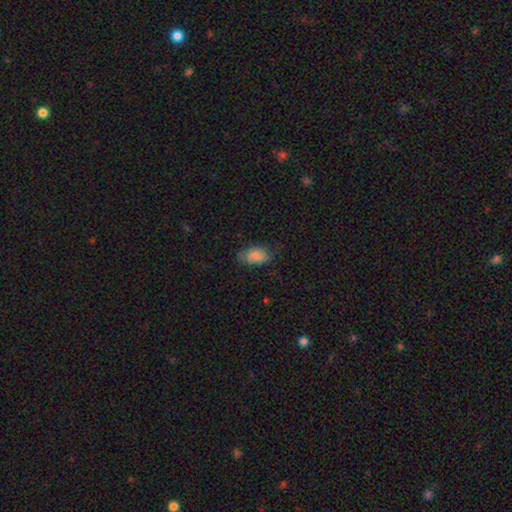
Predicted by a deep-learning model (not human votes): Overall: smooth (78%). How rounded: in between (92%). Merging: none (63%; minor disturbance 27%).